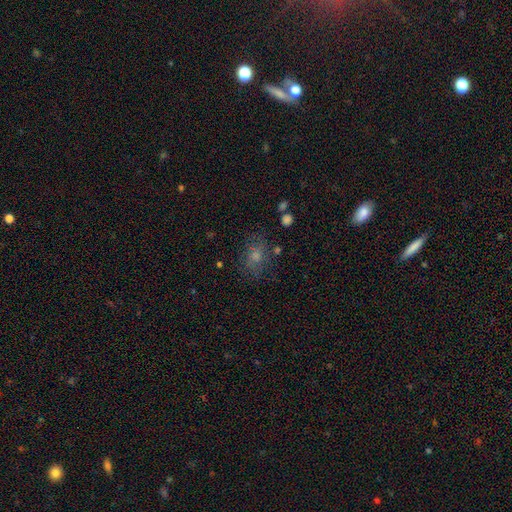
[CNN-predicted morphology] A smooth galaxy with no disk features (47%). Merging: none (73%).